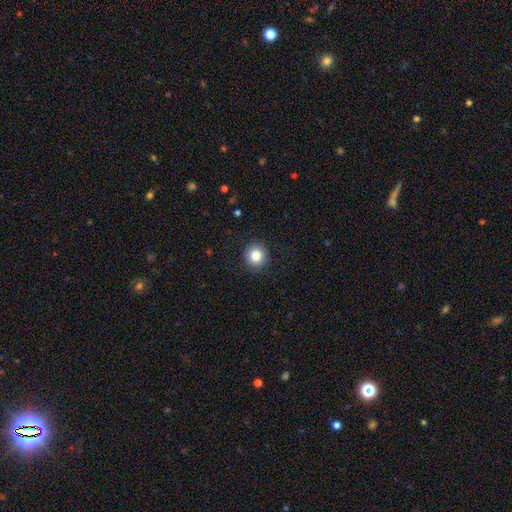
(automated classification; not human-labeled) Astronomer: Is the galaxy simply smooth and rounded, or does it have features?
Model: smooth — 85%.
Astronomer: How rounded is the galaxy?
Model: round — 91%.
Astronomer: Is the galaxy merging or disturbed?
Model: none — 90%.